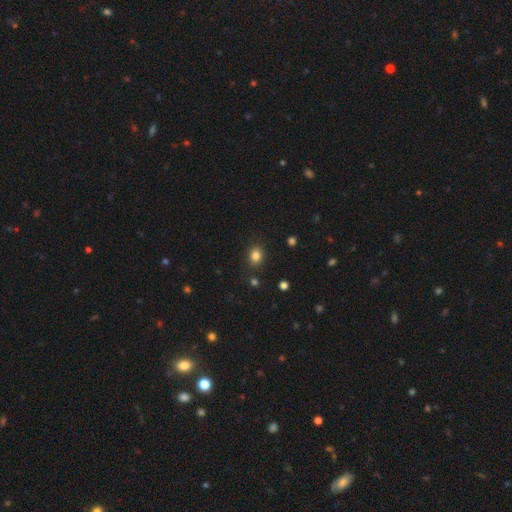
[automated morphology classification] smooth 83%, star or artifact 12%, featured or disk 5%. Down the decision tree: how rounded — round (54%); merging — none (85%).